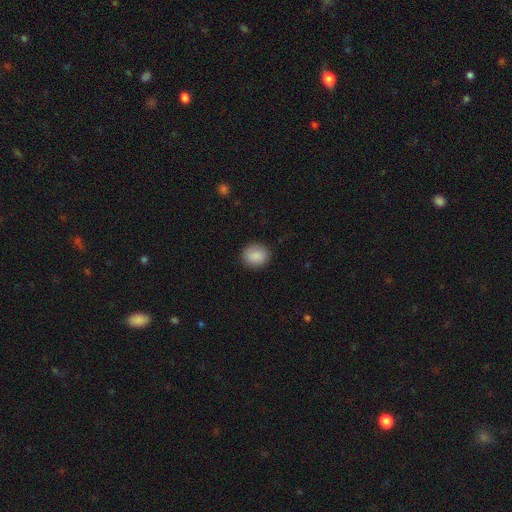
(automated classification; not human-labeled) This is clearly a smooth galaxy (89%). How rounded: likely round (72%). Merging: clearly none (89%).